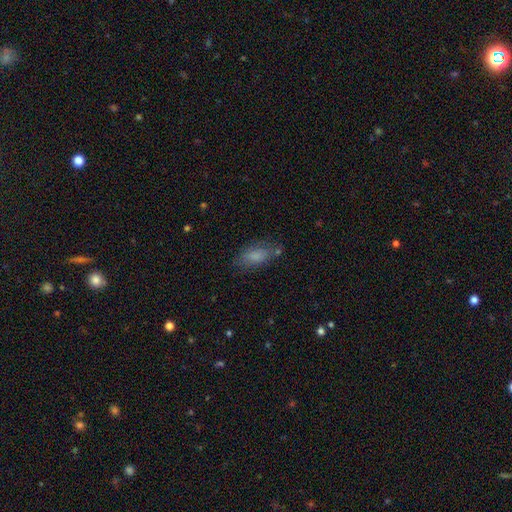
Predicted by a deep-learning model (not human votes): This appears to be a smooth galaxy with no disk features (80%) that is in between round and cigar-shaped (87%). Merging: none (70%).